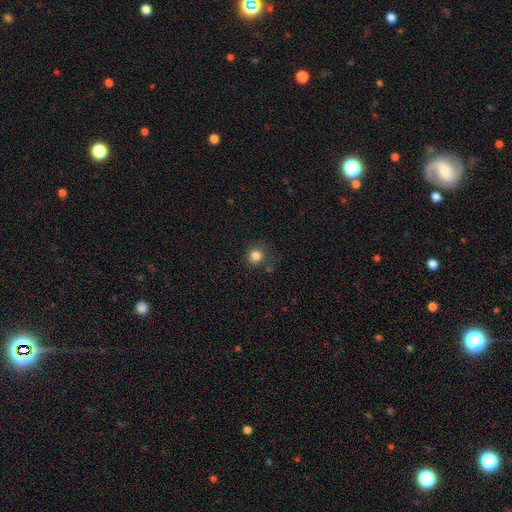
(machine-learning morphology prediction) A smooth galaxy with no disk features (83%) that is round (90%). Merging: none (80%).